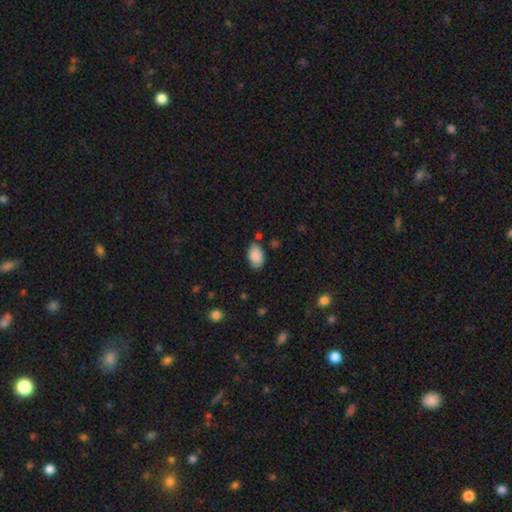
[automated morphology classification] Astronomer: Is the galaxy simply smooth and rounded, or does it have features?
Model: smooth — 89%.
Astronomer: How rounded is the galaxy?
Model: in between — 92%.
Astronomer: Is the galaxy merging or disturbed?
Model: none — 78%.